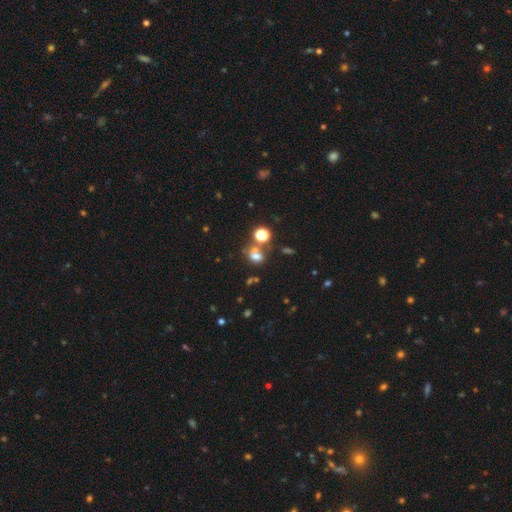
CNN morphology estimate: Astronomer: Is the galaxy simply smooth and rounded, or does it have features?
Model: smooth — 62%.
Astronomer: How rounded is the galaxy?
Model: round — 52% (runner-up: in between, 47%).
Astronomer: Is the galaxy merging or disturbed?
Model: none — 44% (runner-up: merger, 35%).